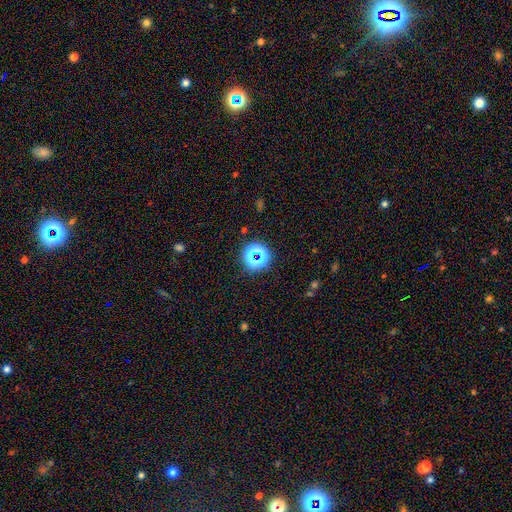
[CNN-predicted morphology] Smooth or featured?
  - star or artifact: 56% *
  - smooth: 33%
  - featured or disk: 11%